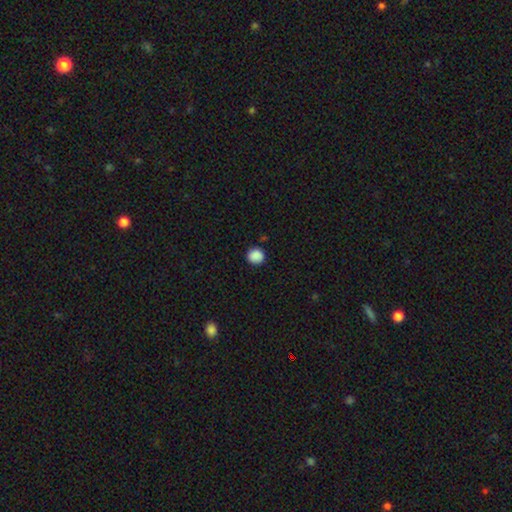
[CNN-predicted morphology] type=smooth (88%); roundness=round (88%); merging=none (88%).